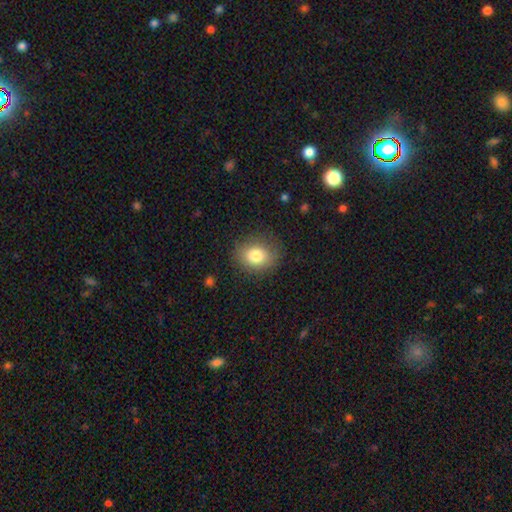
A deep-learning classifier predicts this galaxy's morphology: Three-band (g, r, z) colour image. It shows a smooth galaxy with no disk features (81%) that is round (56%). Merging: none (83%).